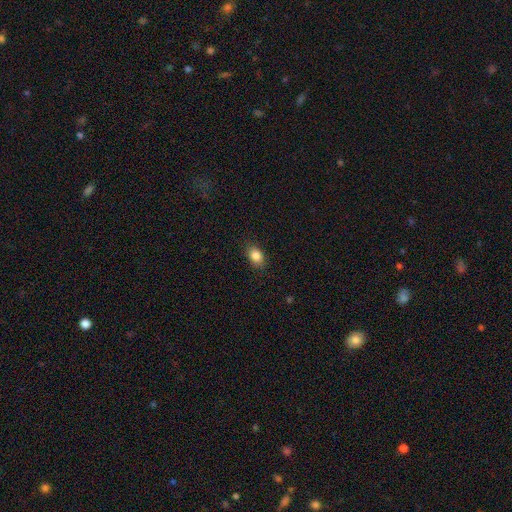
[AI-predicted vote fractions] Smooth or featured? Predicted: smooth (p=0.85). How rounded? Predicted: in between (p=0.76). Merging? Predicted: none (p=0.86).